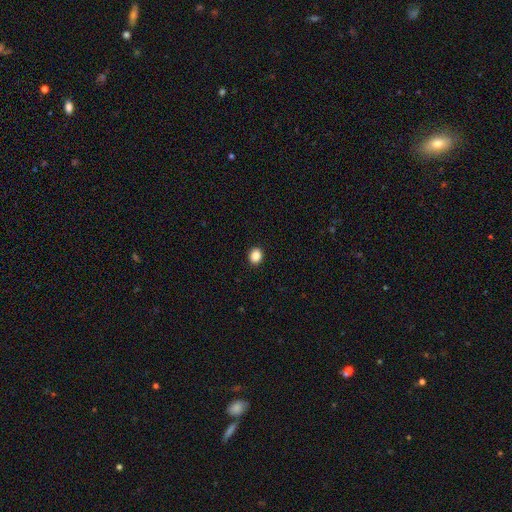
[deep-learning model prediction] Smooth or featured? Predicted: smooth (p=0.87). How rounded? Predicted: round (p=0.65). Merging? Predicted: none (p=0.92).